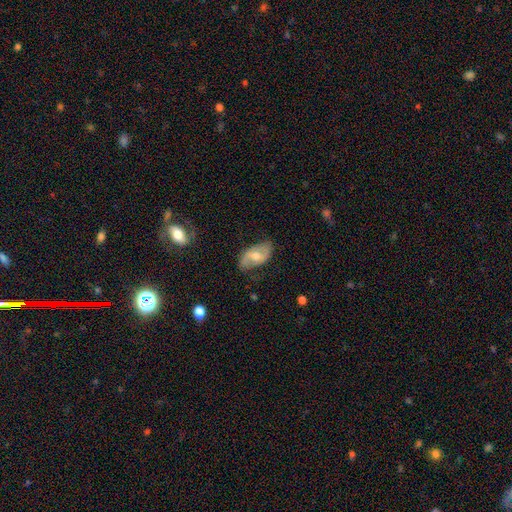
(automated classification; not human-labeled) Smooth or featured? featured or disk (60%)
Edge-on disk? no (94%)
Bar? weak (43%)
Spiral arms? yes (80%)
Bulge size? moderate (67%)
Merging? none (70%)